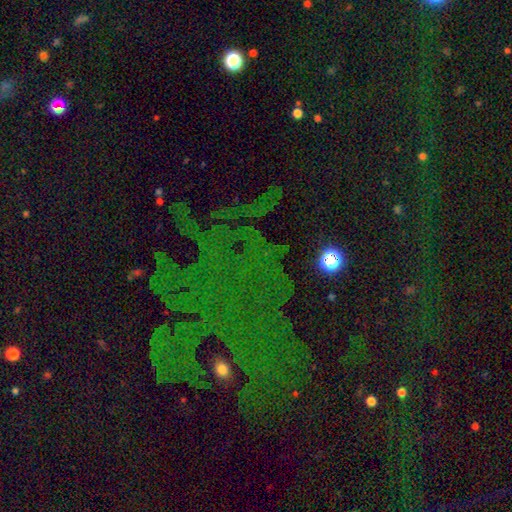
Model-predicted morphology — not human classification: Smooth or featured: star or artifact — 73% (smooth — 15%)